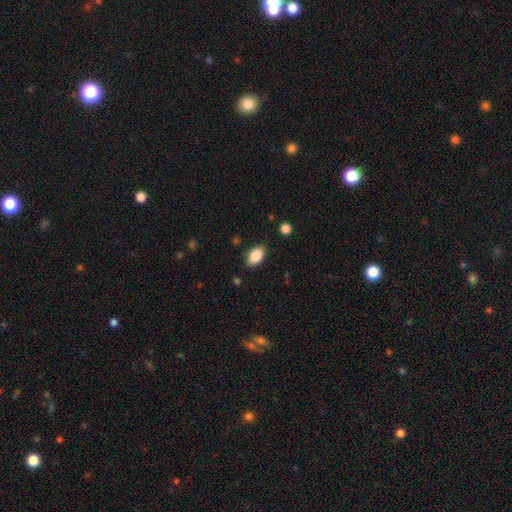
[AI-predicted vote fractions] Smooth or featured? Predicted: smooth (p=0.86). How rounded? Predicted: in between (p=0.92). Merging? Predicted: none (p=0.85).